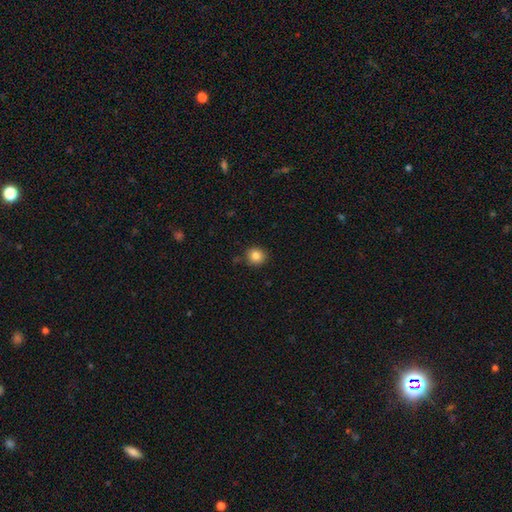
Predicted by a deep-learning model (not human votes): This is clearly a smooth galaxy (85%). How rounded: clearly round (87%). Merging: clearly none (84%).